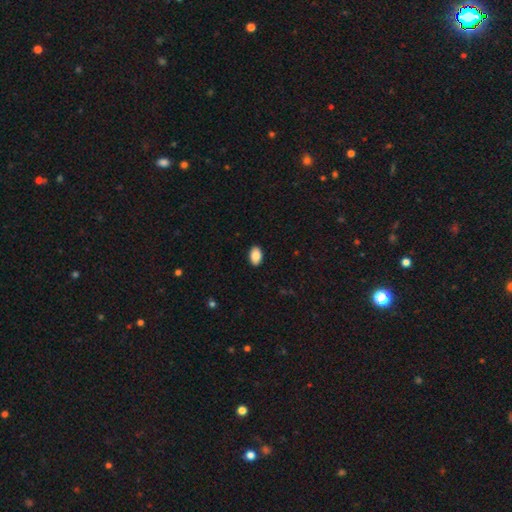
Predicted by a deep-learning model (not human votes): Smooth or featured: smooth — 89% (star or artifact — 7%)
How rounded: in between — 92% (round — 7%)
Merging: none — 90% (minor disturbance — 7%)